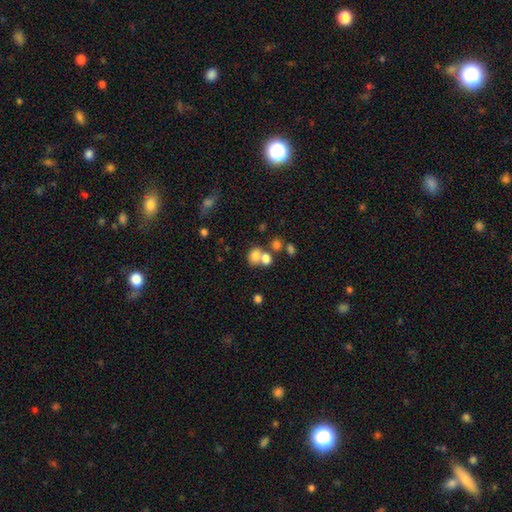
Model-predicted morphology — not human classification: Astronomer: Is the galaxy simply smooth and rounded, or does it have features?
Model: smooth — 74%.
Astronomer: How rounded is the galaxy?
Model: round — 57% (runner-up: in between, 42%).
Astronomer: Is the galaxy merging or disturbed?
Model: merger — 49% (runner-up: none, 37%).